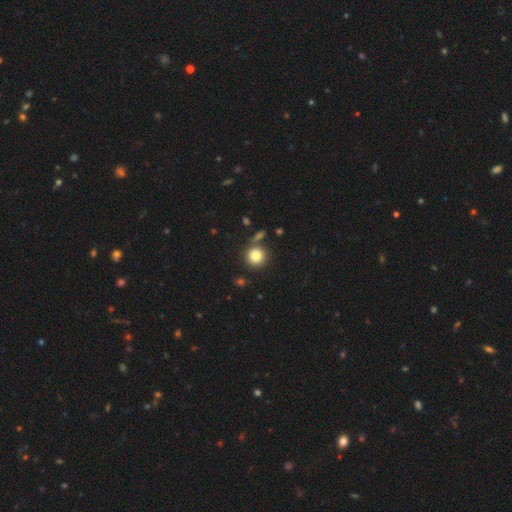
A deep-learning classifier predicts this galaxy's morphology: Q: Smooth or featured?
A: smooth (83%); runner-up: star or artifact (10%)
Q: How rounded?
A: round (93%); runner-up: in between (6%)
Q: Merging?
A: none (78%); runner-up: merger (10%)